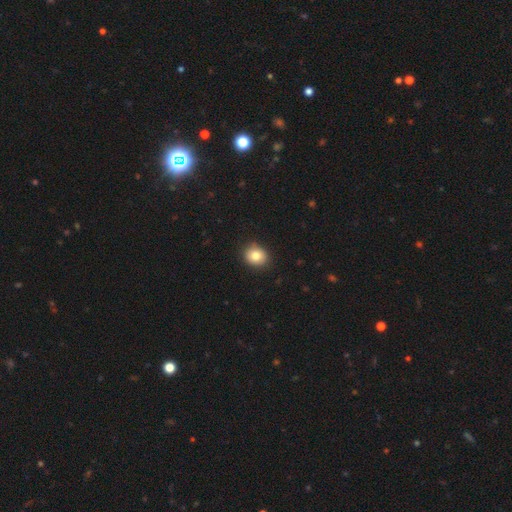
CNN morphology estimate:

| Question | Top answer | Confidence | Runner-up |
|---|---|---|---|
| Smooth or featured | smooth | 81% | star or artifact (9%) |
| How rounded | round | 65% | in between (34%) |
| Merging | none | 88% | minor disturbance (9%) |